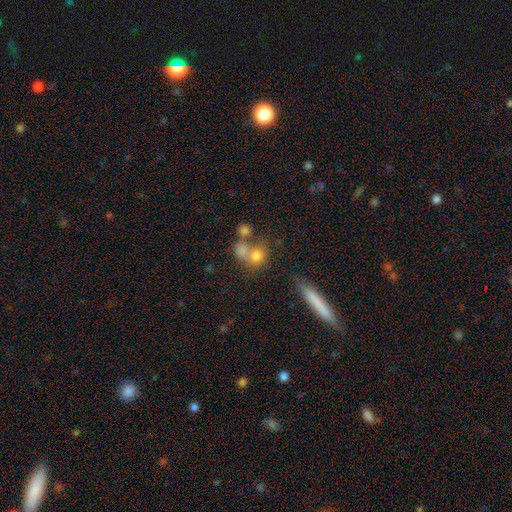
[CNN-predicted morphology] smooth_or_featured: smooth (p=0.71) [alt: featured or disk p=0.16]
how_rounded: round (p=0.63) [alt: in between p=0.33]
merging: merger (p=0.47) [alt: none p=0.36]